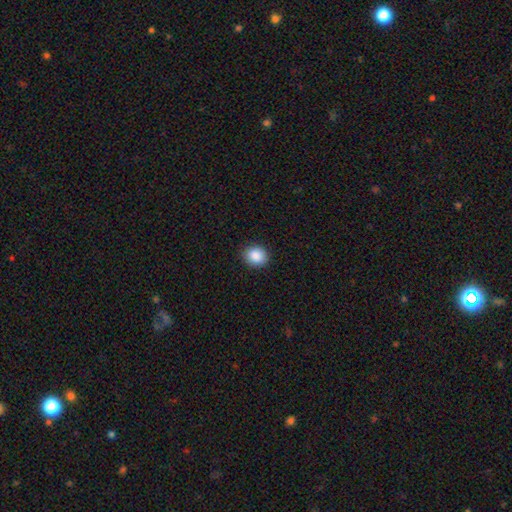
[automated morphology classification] This appears to be a smooth galaxy with no disk features (89%) that is round (67%). Merging: none (90%).